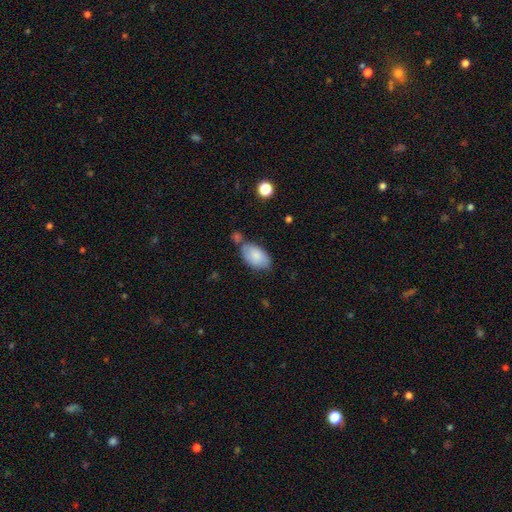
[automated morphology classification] Smooth or featured? Predicted: smooth (p=0.83). How rounded? Predicted: in between (p=0.94). Merging? Predicted: none (p=0.59).